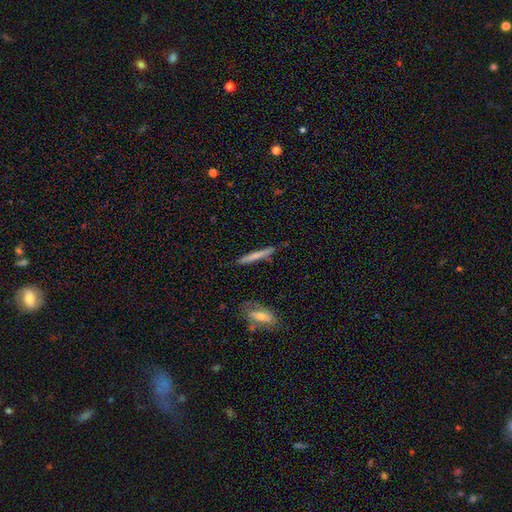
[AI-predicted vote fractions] Smooth or featured? Predicted: smooth (p=0.65). How rounded? Predicted: cigar-shaped (p=0.95). Merging? Predicted: none (p=0.85).